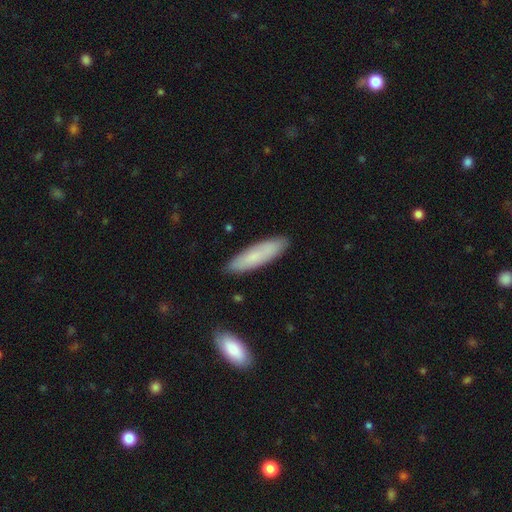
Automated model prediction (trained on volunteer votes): Smooth or featured: smooth — 77% (featured or disk — 17%)
How rounded: cigar-shaped — 66% (in between — 32%)
Merging: none — 86% (minor disturbance — 10%)